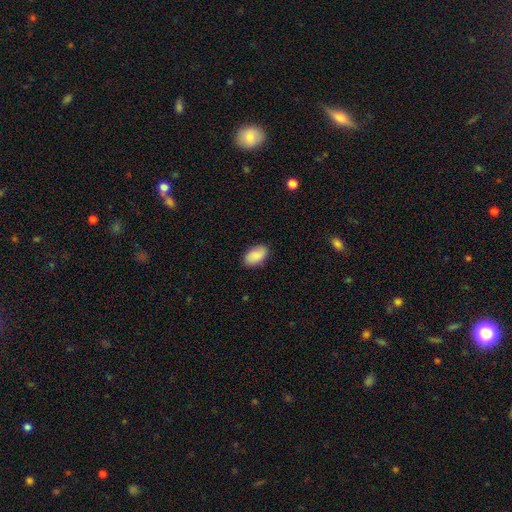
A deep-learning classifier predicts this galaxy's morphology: smooth-or-featured: smooth: 89% | star or artifact: 6% | featured or disk: 5%
  how-rounded: in between: 94% | round: 5% | cigar-shaped: 1%
  merging: none: 86% | minor disturbance: 11% | major disturbance: 2% | merger: 1%